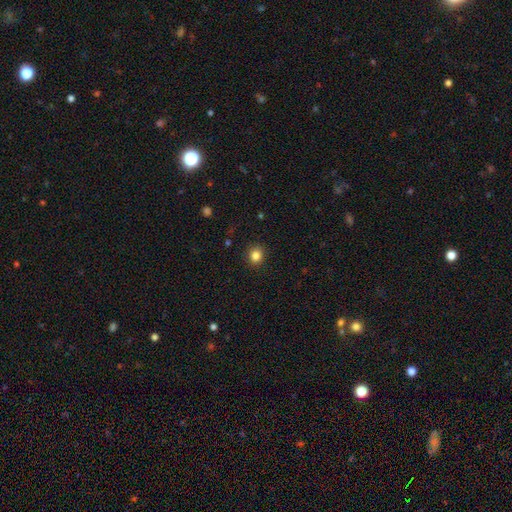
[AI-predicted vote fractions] Smooth or featured? smooth (84%)
How rounded? round (84%)
Merging? none (90%)